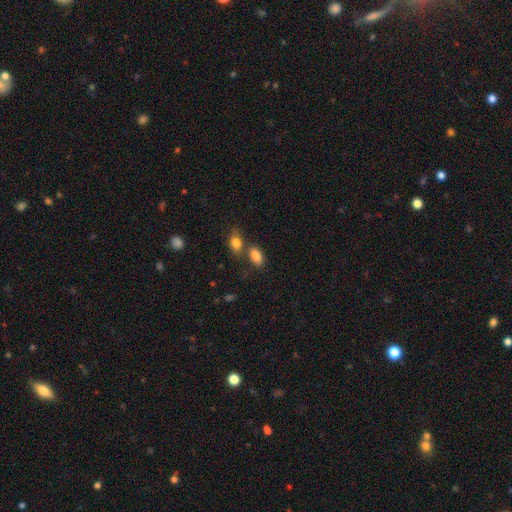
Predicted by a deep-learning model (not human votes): Smooth or featured? smooth (83%)
How rounded? in between (89%)
Merging? none (52%)